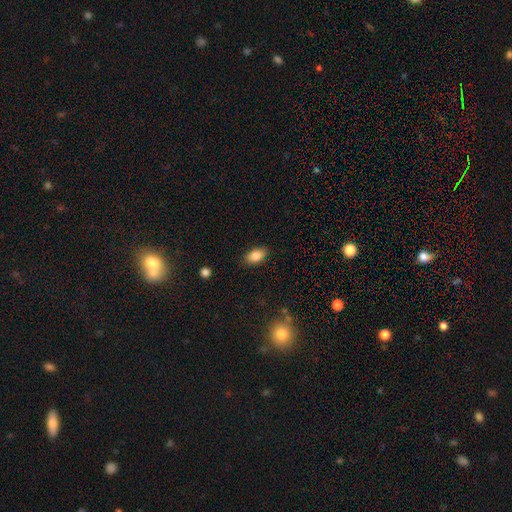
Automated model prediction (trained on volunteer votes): This appears to be a smooth galaxy with no disk features (85%) that is in between round and cigar-shaped (90%). Merging: none (86%).